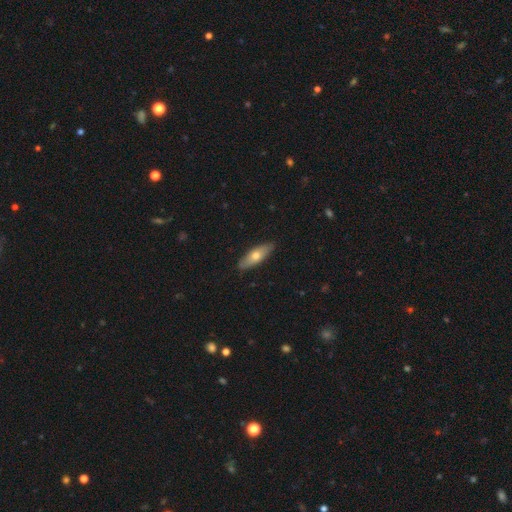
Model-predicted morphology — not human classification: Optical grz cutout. It shows a smooth galaxy with no disk features (64%) that is in between round and cigar-shaped (57%). Merging: none (88%).